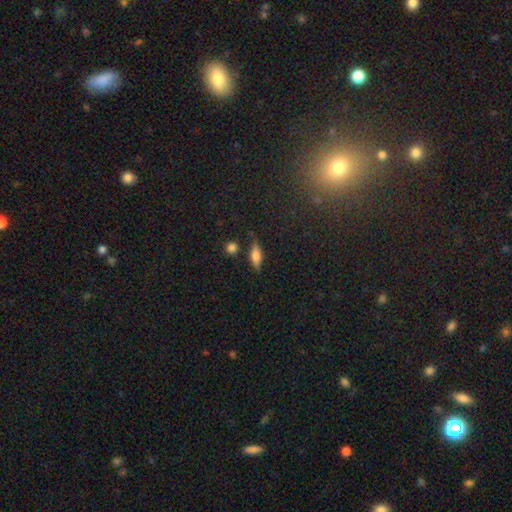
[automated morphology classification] Smooth or featured? smooth (57%)
How rounded? in between (57%)
Merging? none (75%)